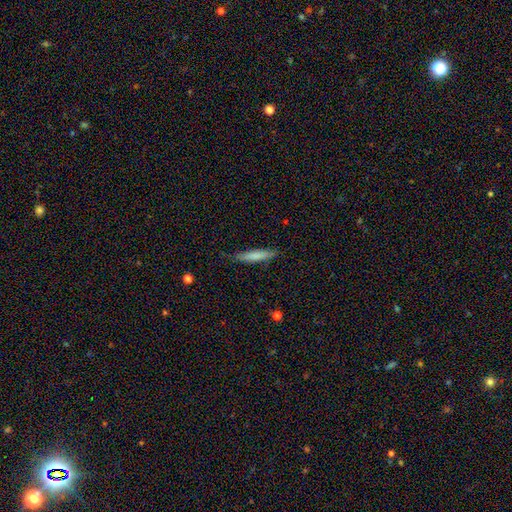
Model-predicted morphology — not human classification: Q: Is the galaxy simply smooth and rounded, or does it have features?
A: smooth — 75%.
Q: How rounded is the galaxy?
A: cigar-shaped — 89%.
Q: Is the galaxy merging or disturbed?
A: none — 79%.